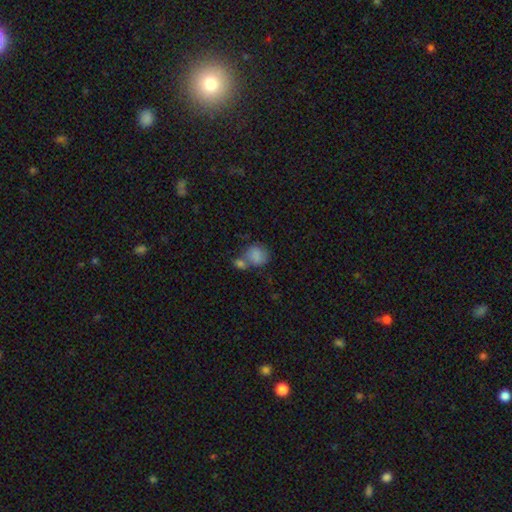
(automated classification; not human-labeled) smooth_or_featured: smooth (p=0.83) [alt: featured or disk p=0.09]
how_rounded: round (p=0.67) [alt: in between p=0.31]
merging: merger (p=0.45) [alt: none p=0.37]